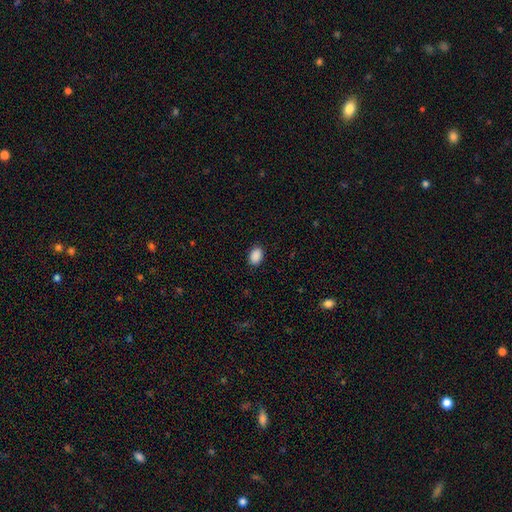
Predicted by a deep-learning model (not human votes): Overall: smooth (90%). How rounded: in between (83%). Merging: none (87%).